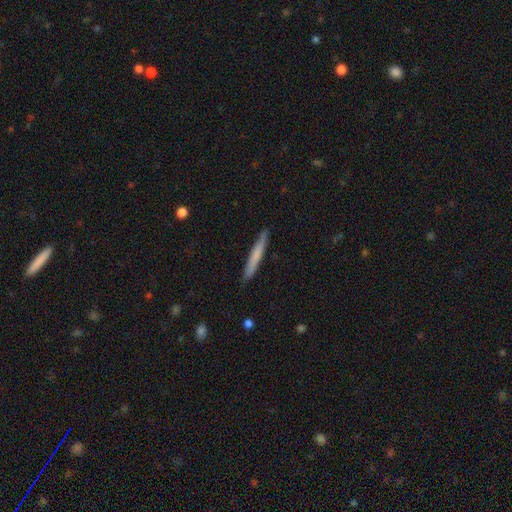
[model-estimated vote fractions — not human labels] Morphology: type=smooth (64%); roundness=cigar-shaped (96%); merging=none (91%).